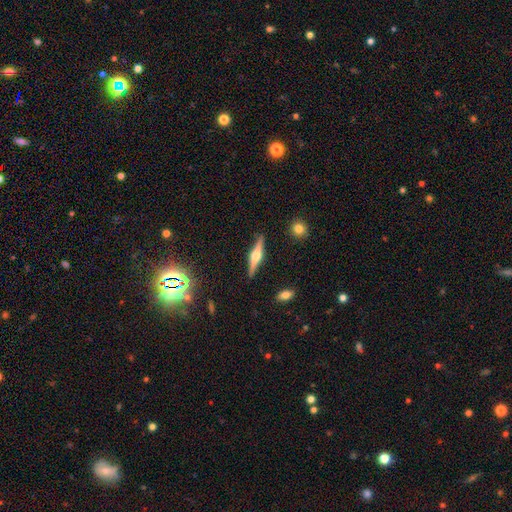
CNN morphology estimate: A featured or disk galaxy (76%) viewed edge-on (98%) with a rounded central bulge (92%). Merging: none (90%).